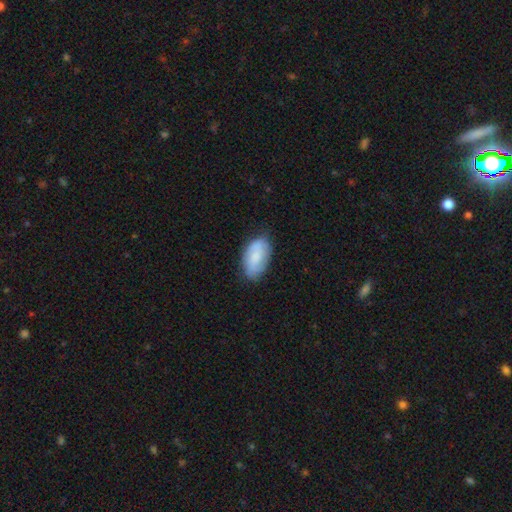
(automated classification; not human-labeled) smooth-or-featured: smooth: 64% | featured or disk: 29% | star or artifact: 7%
  how-rounded: in between: 94% | round: 4% | cigar-shaped: 2%
  merging: none: 71% | minor disturbance: 22% | major disturbance: 5% | merger: 1%